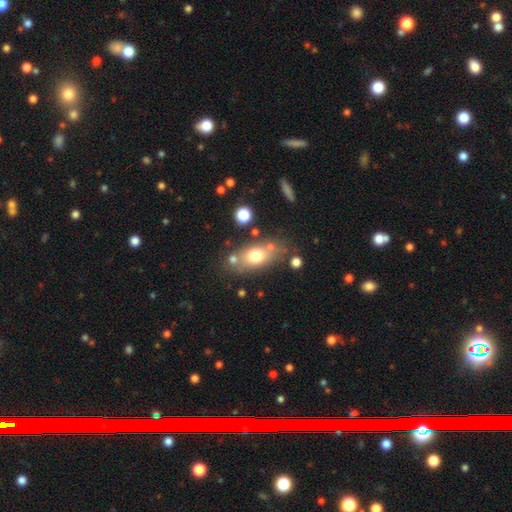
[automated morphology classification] type=smooth (70%); roundness=in between (75%); merging=none (66%).